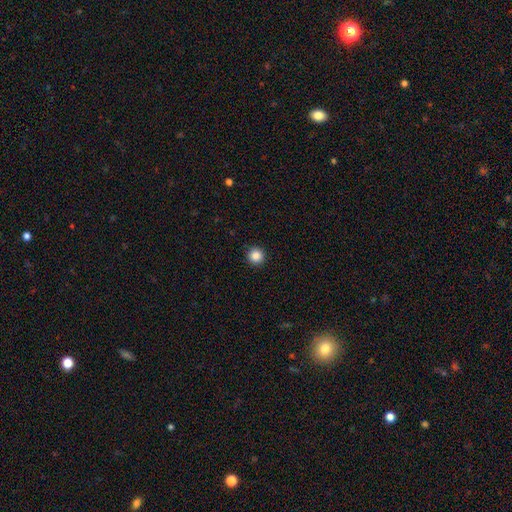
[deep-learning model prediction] Smooth or featured?
  - smooth: 87% *
  - star or artifact: 10%
  - featured or disk: 3%
How rounded?
  - round: 96% *
  - in between: 3%
  - cigar-shaped: 1%
Merging?
  - none: 93% *
  - minor disturbance: 4%
  - major disturbance: 2%
  - merger: 1%